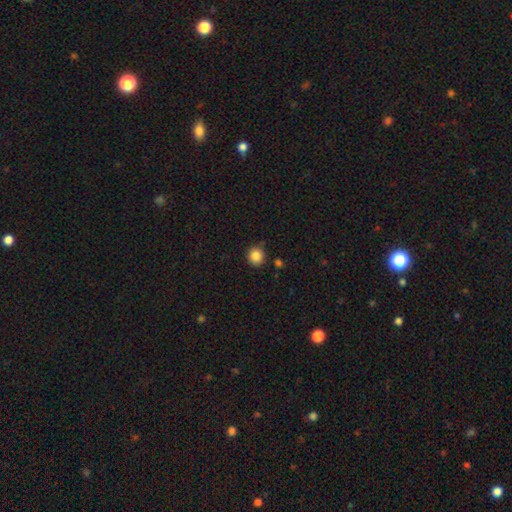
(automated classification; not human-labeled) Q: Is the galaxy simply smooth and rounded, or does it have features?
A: smooth — 85%.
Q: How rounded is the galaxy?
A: round — 92%.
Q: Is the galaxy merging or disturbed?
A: none — 85%.